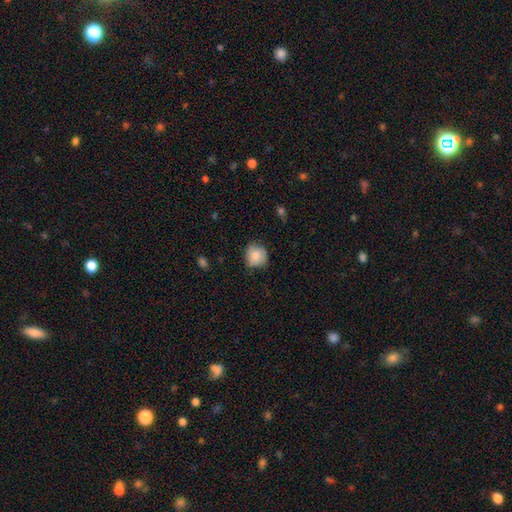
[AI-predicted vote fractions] This appears to be a smooth galaxy with no disk features (78%) that is round (83%). Merging: none (67%).